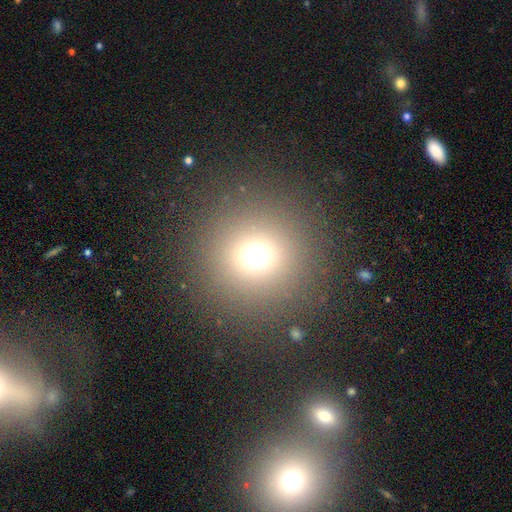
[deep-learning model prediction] smooth-or-featured: smooth: 67% | star or artifact: 26% | featured or disk: 7%
  how-rounded: round: 95% | in between: 4% | cigar-shaped: 1%
  merging: none: 88% | minor disturbance: 5% | major disturbance: 4% | merger: 2%